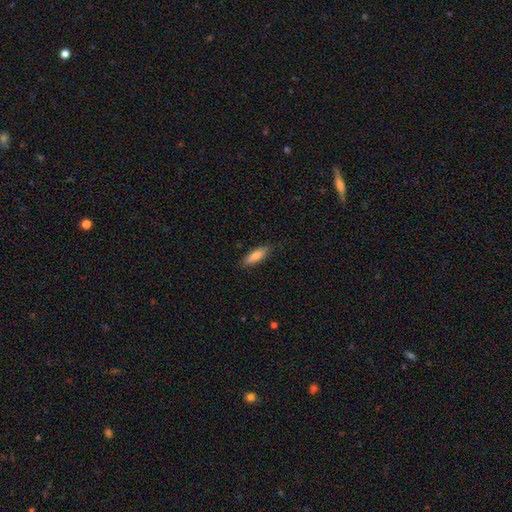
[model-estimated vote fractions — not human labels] Smooth or featured: smooth — 82% (featured or disk — 12%)
How rounded: cigar-shaped — 51% (in between — 47%)
Merging: none — 84% (minor disturbance — 12%)